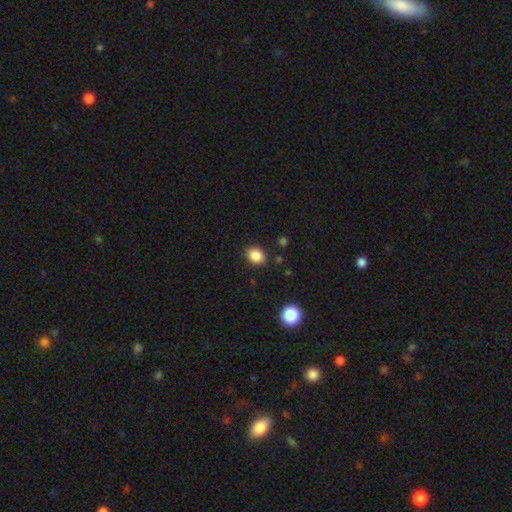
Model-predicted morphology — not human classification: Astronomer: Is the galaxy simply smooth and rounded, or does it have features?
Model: smooth — 86%.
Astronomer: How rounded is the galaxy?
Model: round — 53% (runner-up: in between, 46%).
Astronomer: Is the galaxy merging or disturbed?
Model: none — 87%.